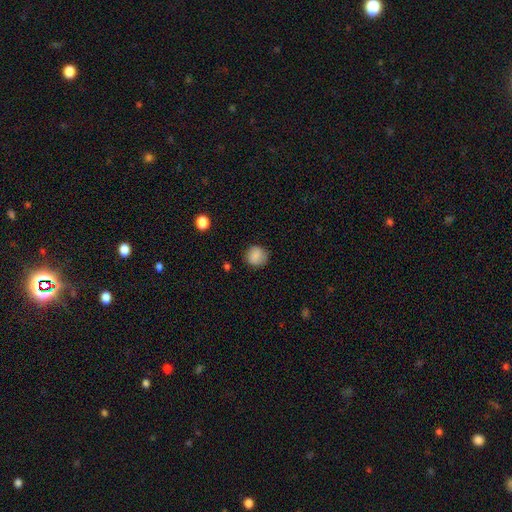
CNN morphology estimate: This appears to be a smooth galaxy with no disk features (85%) that is round (88%). Merging: none (84%).